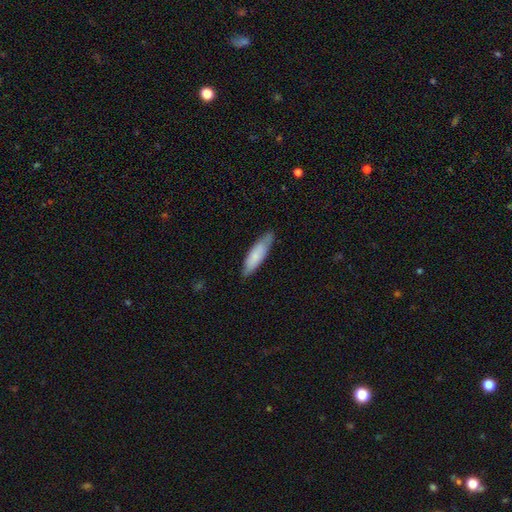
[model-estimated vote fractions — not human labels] This appears to be a smooth galaxy with no disk features (73%) that is cigar-shaped (58%). Merging: none (77%).